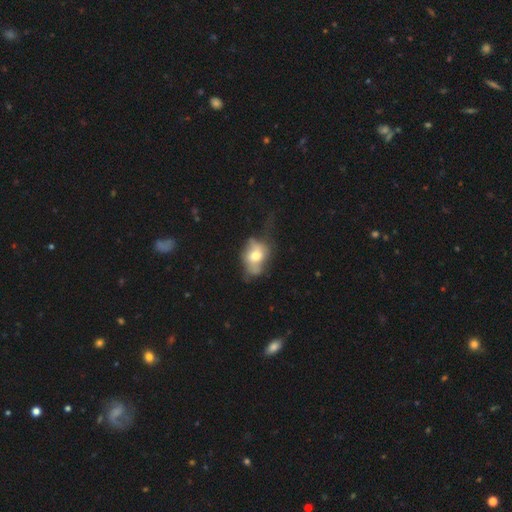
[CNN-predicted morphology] The model was most divided on "merging": none: 34%, major disturbance: 32%, minor disturbance: 28%, merger: 5%. More confident: how rounded — in between (67%); smooth or featured — smooth (52%).